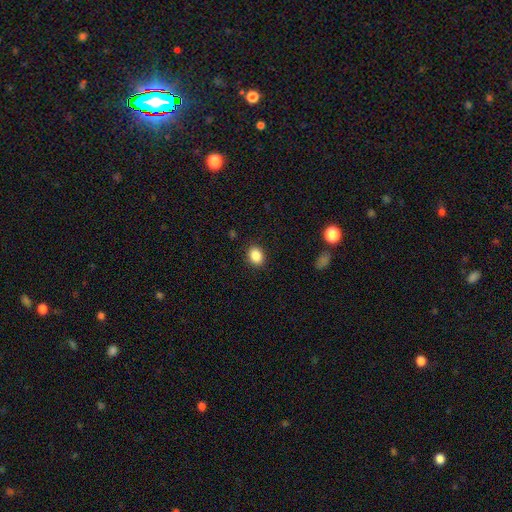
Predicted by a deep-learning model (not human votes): A smooth galaxy with no disk features (88%) that is in between round and cigar-shaped (66%).

Vote fractions:
- Smooth or featured? smooth: 88% / star or artifact: 9% / featured or disk: 3%
- How rounded? in between: 66% / round: 33% / cigar-shaped: 1%
- Merging? none: 89% / minor disturbance: 8% / major disturbance: 2% / merger: 1%